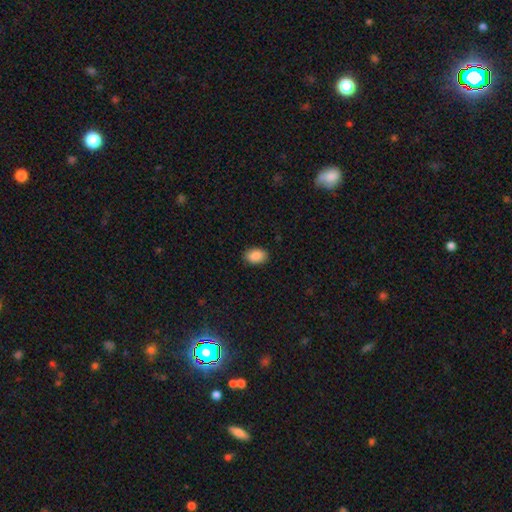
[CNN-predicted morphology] This appears to be a smooth galaxy with no disk features (89%) that is in between round and cigar-shaped (84%). Merging: none (89%).